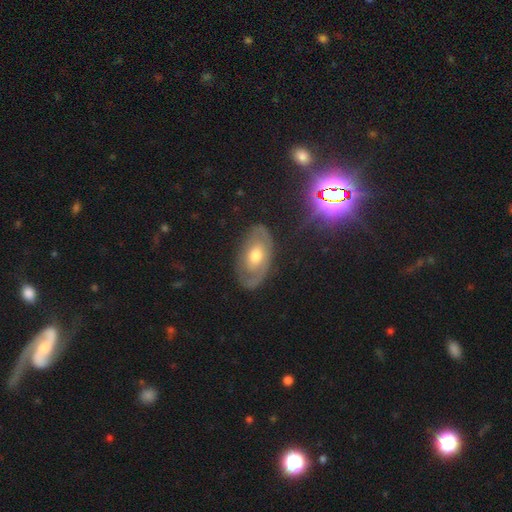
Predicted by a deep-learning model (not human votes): Smooth or featured? Predicted: featured or disk (p=0.63). Edge-on disk? Predicted: no (p=0.91). Bar? Predicted: no (p=0.75). Spiral arms? Predicted: yes (p=0.60). Bulge size? Predicted: moderate (p=0.72). Merging? Predicted: none (p=0.75).